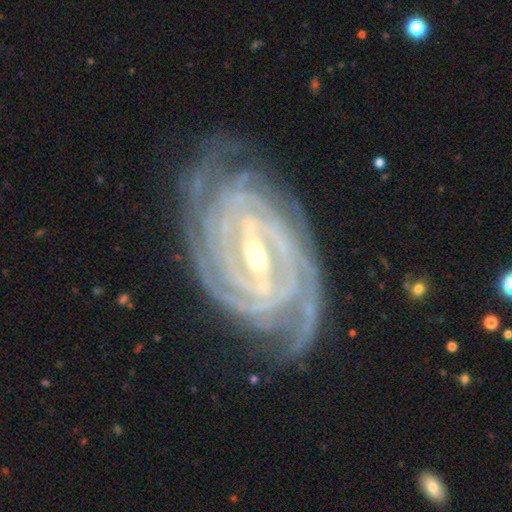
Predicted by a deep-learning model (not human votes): Smooth or featured? featured or disk (93%)
Edge-on disk? no (97%)
Bar? strong (59%)
Spiral arms? yes (99%)
Spiral winding? tight (86%)
Spiral arm count? 4 (27%)
Bulge size? moderate (48%, tied with small)
Merging? none (77%)